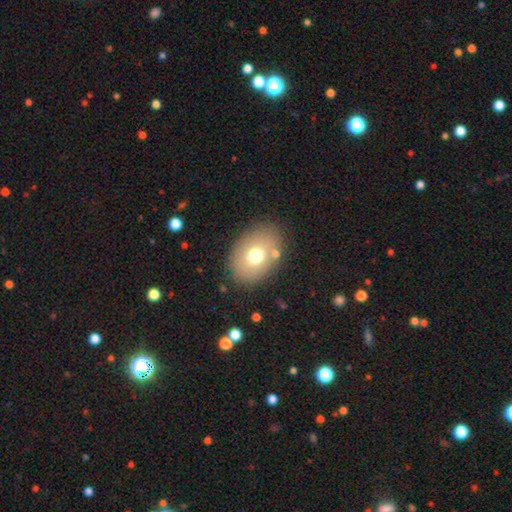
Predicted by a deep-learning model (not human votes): smooth_or_featured: smooth (p=0.68) [alt: featured or disk p=0.21]
how_rounded: in between (p=0.74) [alt: round p=0.25]
merging: none (p=0.81) [alt: minor disturbance p=0.11]